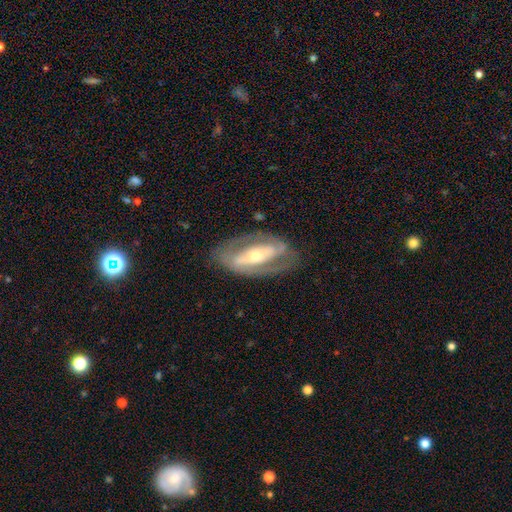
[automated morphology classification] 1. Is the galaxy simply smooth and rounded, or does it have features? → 79% featured or disk, 16% smooth, 5% star or artifact.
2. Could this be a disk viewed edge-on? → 89% no, 11% yes.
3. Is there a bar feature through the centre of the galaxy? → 52% strong, 27% no, 21% weak.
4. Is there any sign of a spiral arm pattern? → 69% yes, 31% no.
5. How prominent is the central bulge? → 50% moderate, 42% small, 5% large, 1% dominant, 1% none.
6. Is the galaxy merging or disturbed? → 74% none, 15% minor disturbance, 9% major disturbance, 1% merger.